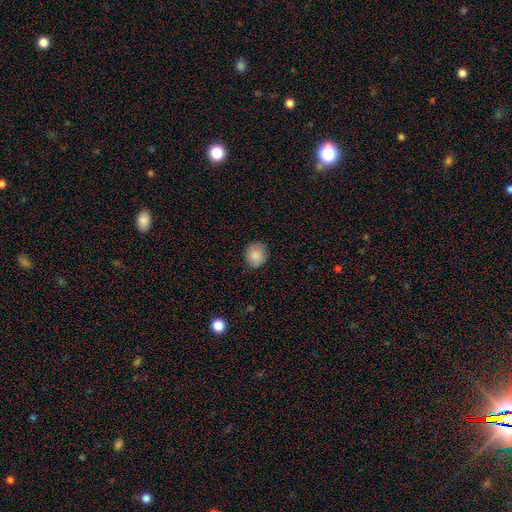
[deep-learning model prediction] This is clearly a smooth galaxy (86%). How rounded: likely round (70%). Merging: clearly none (81%).